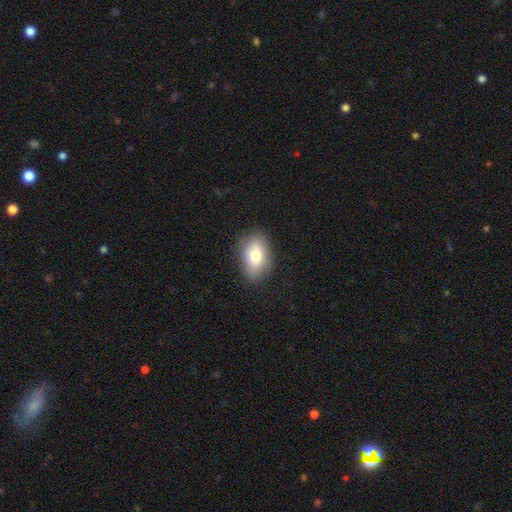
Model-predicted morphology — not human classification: Smooth or featured? smooth (76%)
How rounded? in between (87%)
Merging? none (84%)